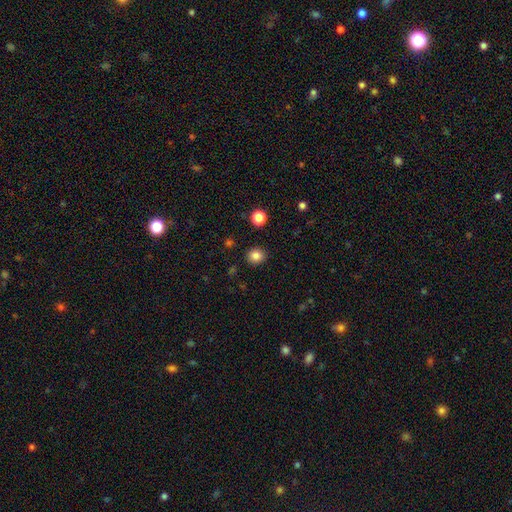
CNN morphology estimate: The model was most divided on "how rounded": round: 83%, in between: 16%, cigar-shaped: 1%. More confident: merging — none (91%); smooth or featured — smooth (83%).